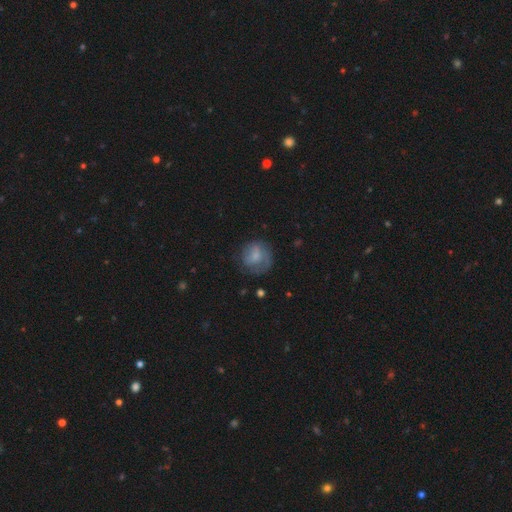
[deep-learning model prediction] smooth 61%, featured or disk 31%, star or artifact 9%. Down the decision tree: how rounded — round (83%); merging — none (57%).